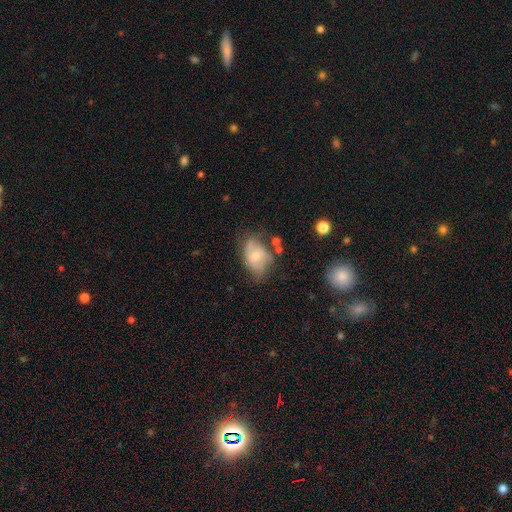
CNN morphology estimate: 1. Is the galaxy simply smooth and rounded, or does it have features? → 54% featured or disk, 38% smooth, 8% star or artifact.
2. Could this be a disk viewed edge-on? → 96% no, 4% yes.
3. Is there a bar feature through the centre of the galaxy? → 74% no, 22% weak, 4% strong.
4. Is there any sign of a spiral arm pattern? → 67% yes, 33% no.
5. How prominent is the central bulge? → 52% moderate, 41% small, 3% large, 3% none, 1% dominant.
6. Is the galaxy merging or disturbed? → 45% none, 32% minor disturbance, 17% major disturbance, 6% merger.